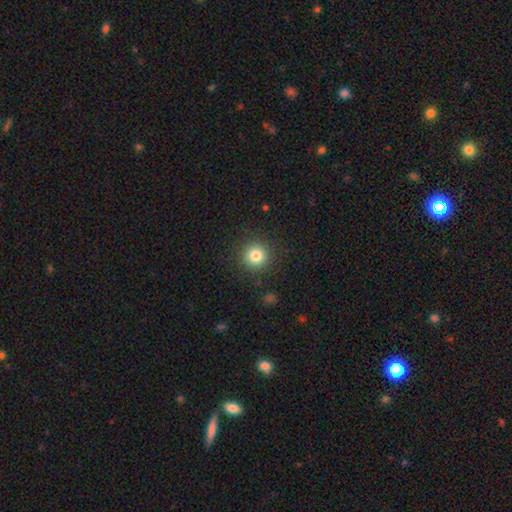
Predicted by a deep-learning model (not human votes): A smooth galaxy with no disk features (82%) that is round (95%). Merging: none (90%).